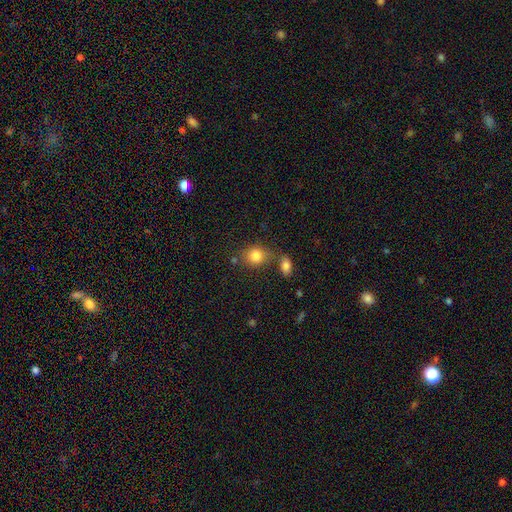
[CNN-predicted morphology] Q: Smooth or featured?
A: smooth (83%); runner-up: star or artifact (10%)
Q: How rounded?
A: round (62%); runner-up: in between (37%)
Q: Merging?
A: none (59%); runner-up: merger (22%)